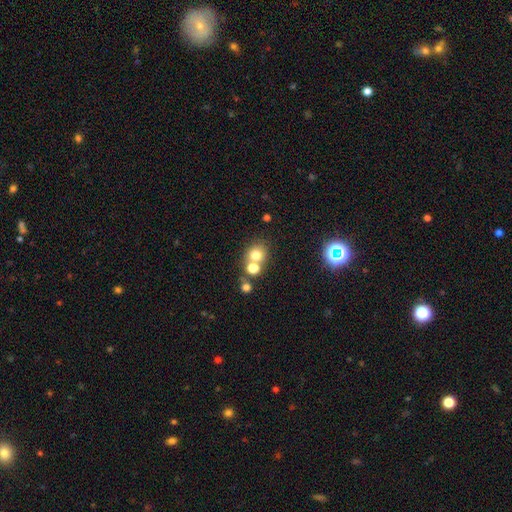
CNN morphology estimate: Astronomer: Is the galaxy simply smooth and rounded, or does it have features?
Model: smooth — 72%.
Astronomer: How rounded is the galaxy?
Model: round — 77%.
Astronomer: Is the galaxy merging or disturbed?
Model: none — 52% (runner-up: merger, 36%).